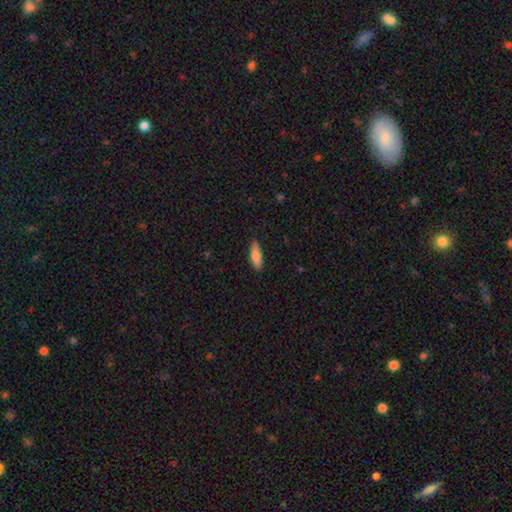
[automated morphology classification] smooth_or_featured: smooth (p=0.80) [alt: featured or disk p=0.14]
how_rounded: in between (p=0.50) [alt: cigar-shaped p=0.48]
merging: none (p=0.85) [alt: minor disturbance p=0.12]